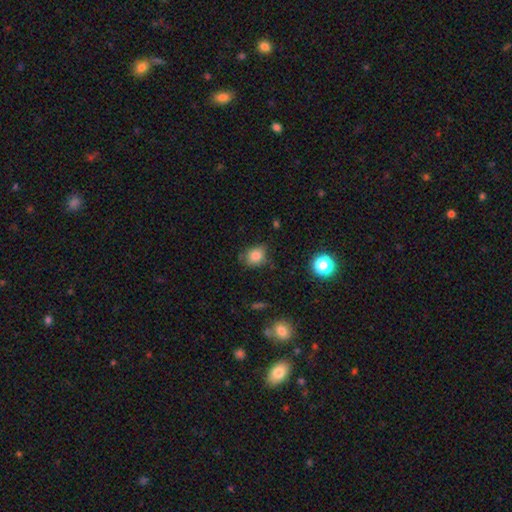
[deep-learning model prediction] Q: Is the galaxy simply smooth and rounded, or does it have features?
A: smooth — 80%.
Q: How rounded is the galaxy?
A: round — 52%.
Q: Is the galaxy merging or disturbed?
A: none — 69%.